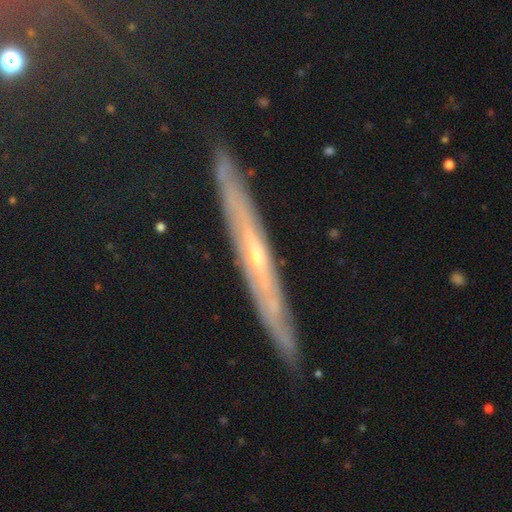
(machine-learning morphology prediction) smooth-or-featured: featured or disk: 78% | smooth: 16% | star or artifact: 6%
  disk-edge-on: yes: 84% | no: 16%
    edge-on-bulge: rounded: 50% | none: 47% | boxy: 3%
  merging: none: 86% | minor disturbance: 11% | major disturbance: 2% | merger: 1%